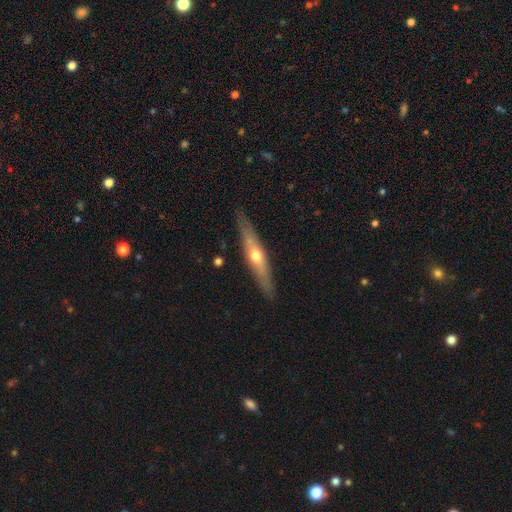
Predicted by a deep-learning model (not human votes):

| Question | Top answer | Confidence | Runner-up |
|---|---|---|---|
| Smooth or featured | featured or disk | 57% | smooth (37%) |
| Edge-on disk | yes | 86% | no (14%) |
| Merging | none | 86% | minor disturbance (11%) |